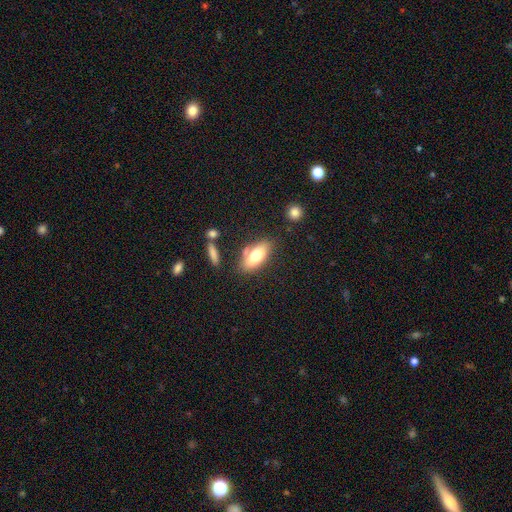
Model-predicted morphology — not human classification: smooth 68%, featured or disk 24%, star or artifact 8%. Down the decision tree: how rounded — in between (86%); merging — none (68%).